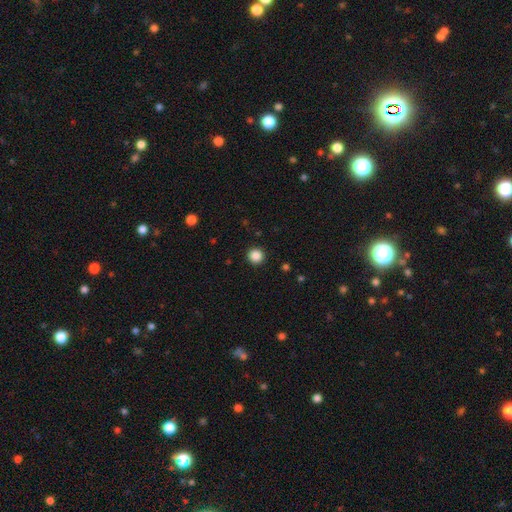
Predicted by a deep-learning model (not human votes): Smooth or featured?
  - smooth: 87% *
  - star or artifact: 11%
  - featured or disk: 3%
How rounded?
  - round: 95% *
  - in between: 4%
  - cigar-shaped: 1%
Merging?
  - none: 93% *
  - minor disturbance: 5%
  - major disturbance: 2%
  - merger: 1%